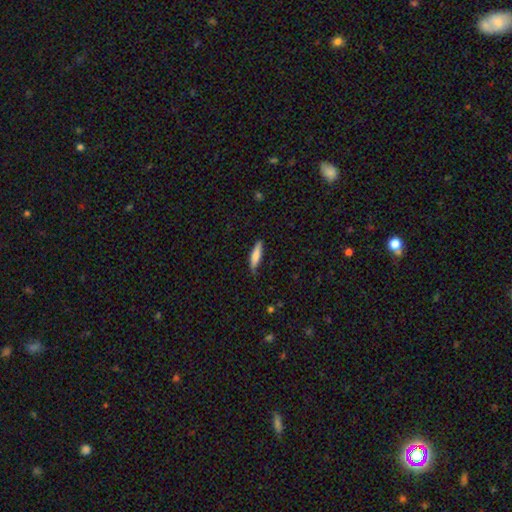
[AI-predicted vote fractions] The model was most divided on "how rounded": cigar-shaped: 75%, in between: 23%, round: 2%. More confident: merging — none (76%); smooth or featured — smooth (74%).